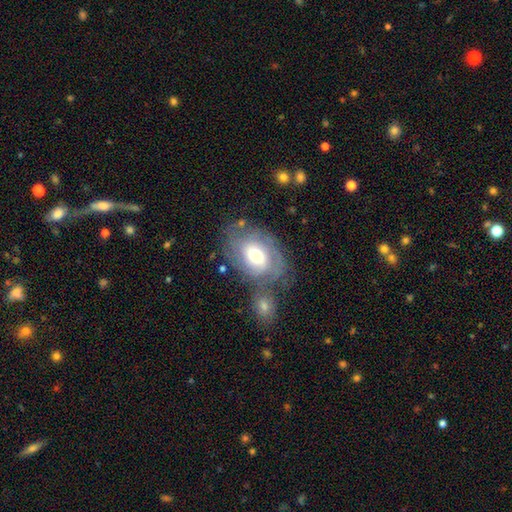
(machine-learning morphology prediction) Smooth or featured? Predicted: featured or disk (p=0.62). Edge-on disk? Predicted: no (p=0.95). Bar? Predicted: no (p=0.53). Spiral arms? Predicted: yes (p=0.79). Bulge size? Predicted: moderate (p=0.57). Merging? Predicted: none (p=0.54).